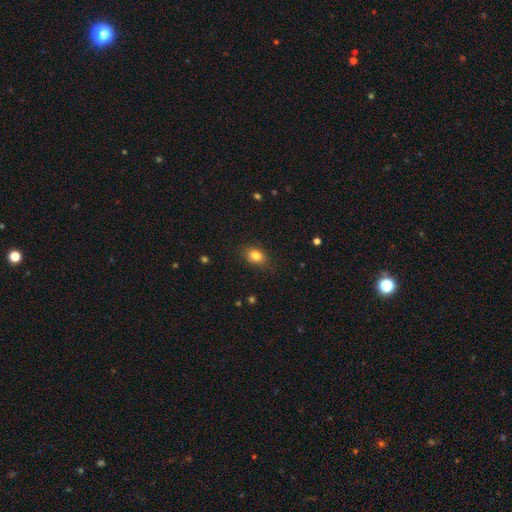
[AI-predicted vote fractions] smooth 82%, star or artifact 10%, featured or disk 8%. Down the decision tree: how rounded — in between (74%); merging — none (83%).